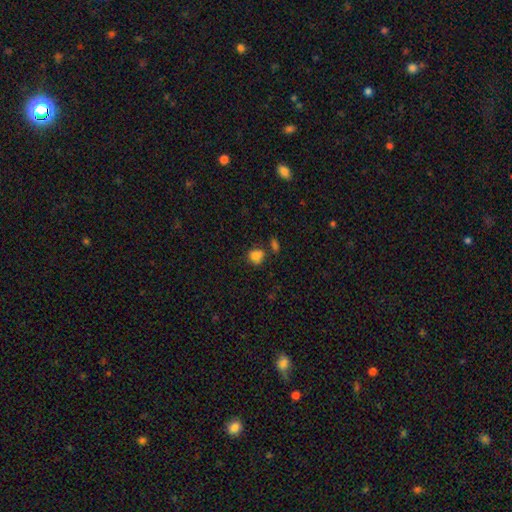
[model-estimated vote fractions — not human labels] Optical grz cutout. It shows a smooth galaxy with no disk features (80%) that is round (64%). Merging: none (54%).